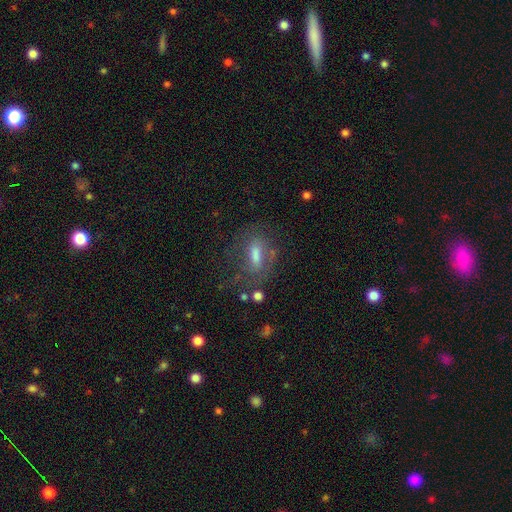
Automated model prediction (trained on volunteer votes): Smooth or featured?
  - smooth: 46% *
  - featured or disk: 41%
  - star or artifact: 13%
Merging?
  - none: 57% *
  - minor disturbance: 21%
  - major disturbance: 18%
  - merger: 4%